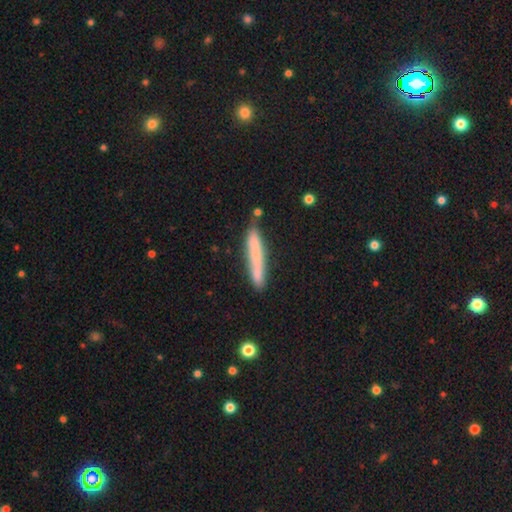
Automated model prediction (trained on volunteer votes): Smooth or featured? smooth (62%)
How rounded? cigar-shaped (95%)
Merging? none (79%)